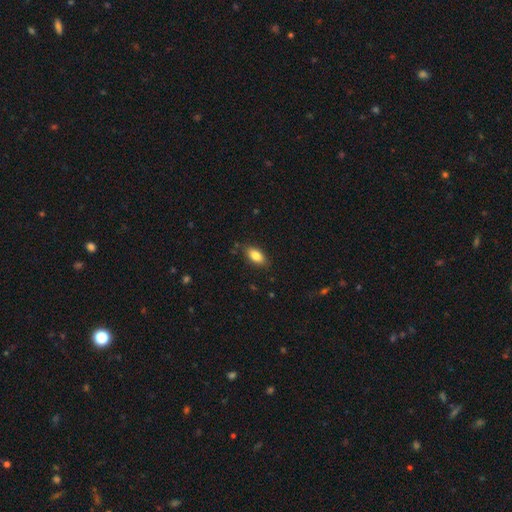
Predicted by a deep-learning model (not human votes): smooth_or_featured: smooth (p=0.84) [alt: featured or disk p=0.09]
how_rounded: in between (p=0.90) [alt: cigar-shaped p=0.07]
merging: none (p=0.84) [alt: minor disturbance p=0.12]